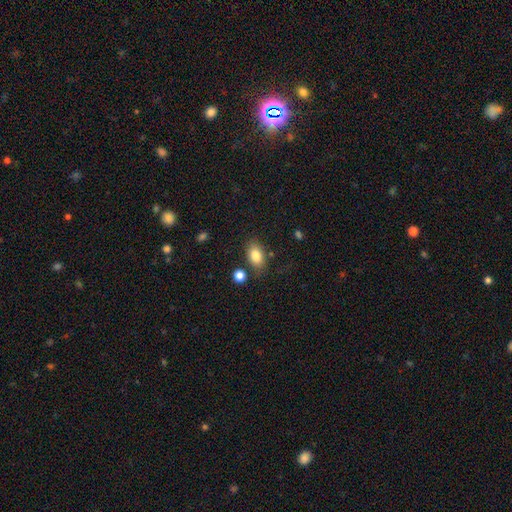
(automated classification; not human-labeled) Smooth or featured? Predicted: smooth (p=0.82). How rounded? Predicted: in between (p=0.87). Merging? Predicted: none (p=0.74).